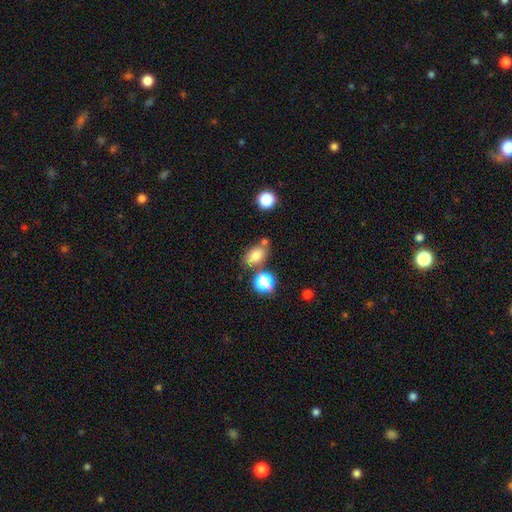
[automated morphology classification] smooth-or-featured: smooth: 75% | star or artifact: 14% | featured or disk: 11%
  how-rounded: in between: 78% | round: 19% | cigar-shaped: 2%
  merging: none: 63% | merger: 16% | minor disturbance: 16% | major disturbance: 5%